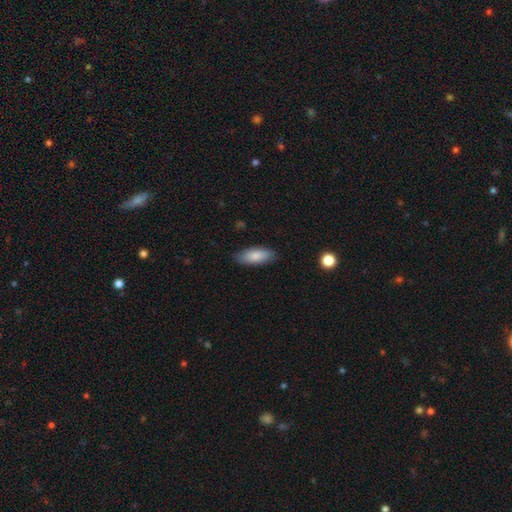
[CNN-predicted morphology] smooth-or-featured: smooth: 85% | featured or disk: 10% | star or artifact: 6%
  how-rounded: in between: 77% | cigar-shaped: 21% | round: 2%
  merging: none: 85% | minor disturbance: 12% | major disturbance: 2% | merger: 1%